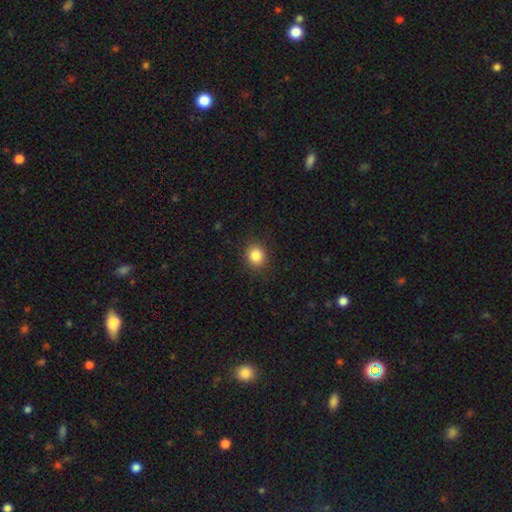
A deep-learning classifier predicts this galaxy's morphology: The model was most divided on "how rounded": round: 75%, in between: 24%, cigar-shaped: 1%. More confident: merging — none (89%); smooth or featured — smooth (85%).